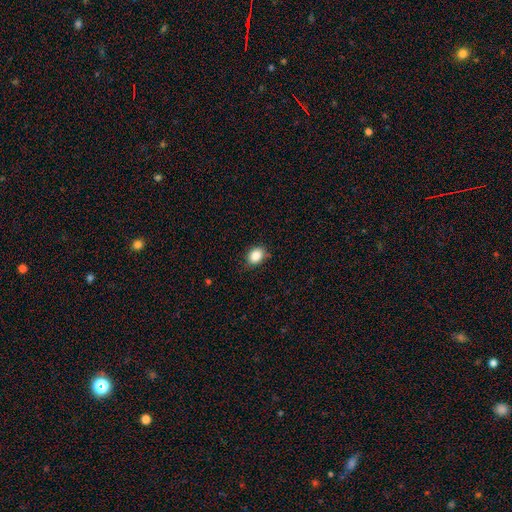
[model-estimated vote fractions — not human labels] Morphology: type=smooth (86%); roundness=in between (61%); merging=none (82%).